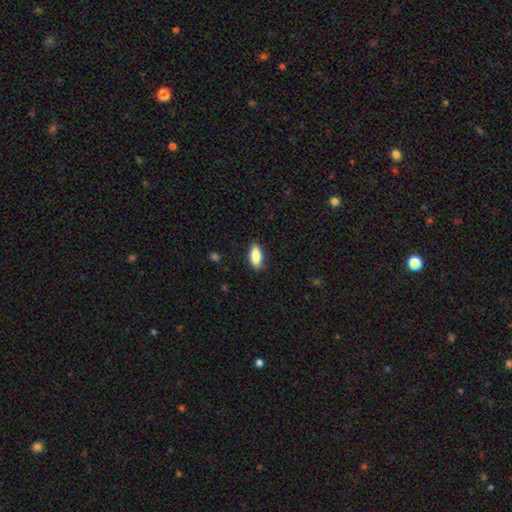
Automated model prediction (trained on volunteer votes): Smooth or featured? smooth (83%)
How rounded? in between (84%)
Merging? none (87%)